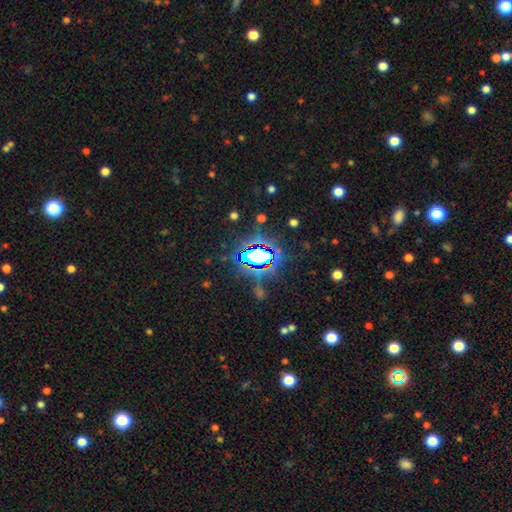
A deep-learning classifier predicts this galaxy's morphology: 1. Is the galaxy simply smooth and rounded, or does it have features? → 72% star or artifact, 16% smooth, 12% featured or disk.